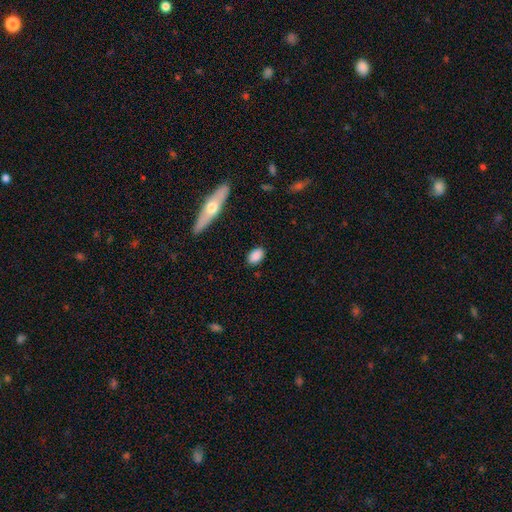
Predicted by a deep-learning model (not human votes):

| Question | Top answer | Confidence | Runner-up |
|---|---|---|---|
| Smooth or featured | smooth | 86% | star or artifact (7%) |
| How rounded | in between | 82% | round (15%) |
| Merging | none | 84% | minor disturbance (12%) |